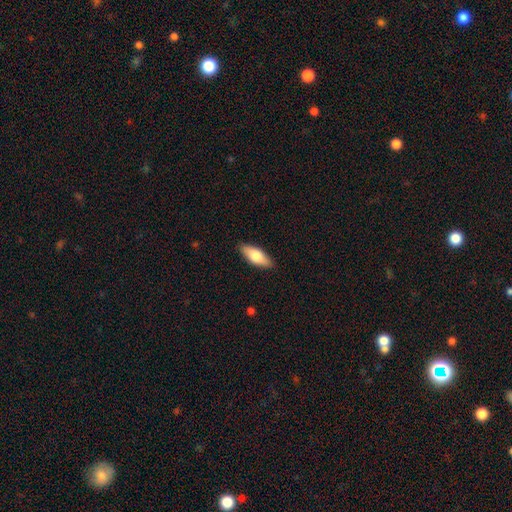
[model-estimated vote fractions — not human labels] This is likely a smooth galaxy (70%). How rounded: likely in between (75%). Merging: clearly none (88%).